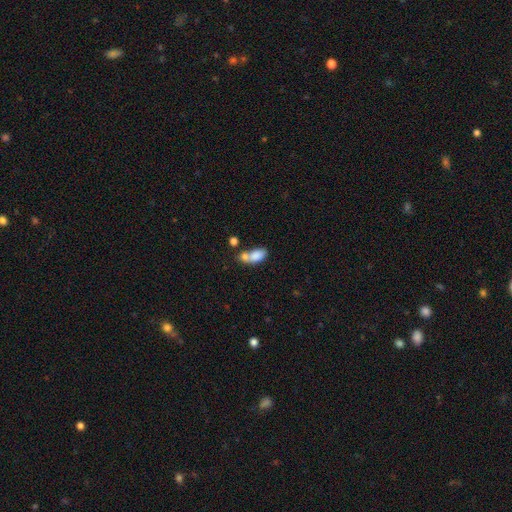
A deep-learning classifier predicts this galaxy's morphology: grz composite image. It shows a smooth galaxy with no disk features (79%) that is in between round and cigar-shaped (87%). Merging: merger (51%).